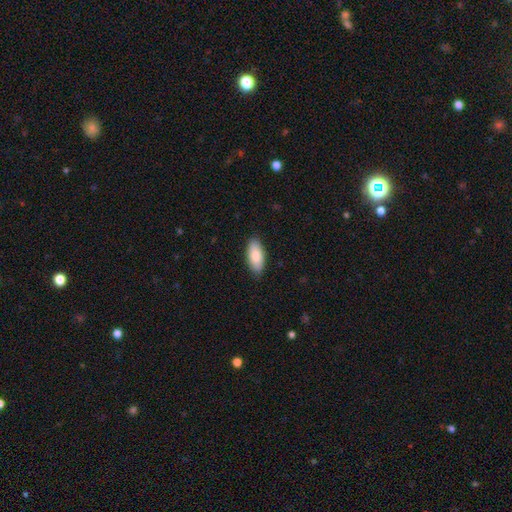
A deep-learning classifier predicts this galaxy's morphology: Smooth or featured?
  - smooth: 83% *
  - featured or disk: 11%
  - star or artifact: 6%
How rounded?
  - in between: 87% *
  - cigar-shaped: 11%
  - round: 2%
Merging?
  - none: 88% *
  - minor disturbance: 10%
  - major disturbance: 2%
  - merger: 1%